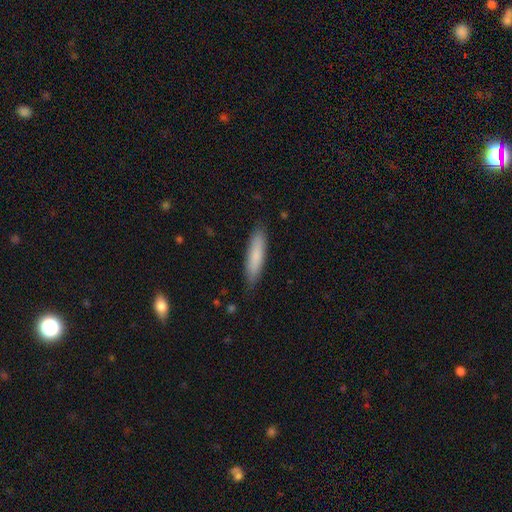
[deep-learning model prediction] A smooth galaxy with no disk features (80%) that is cigar-shaped (80%).

Vote fractions:
- Smooth or featured? smooth: 80% / featured or disk: 14% / star or artifact: 6%
- How rounded? cigar-shaped: 80% / in between: 19% / round: 1%
- Merging? none: 85% / minor disturbance: 12% / major disturbance: 2% / merger: 1%